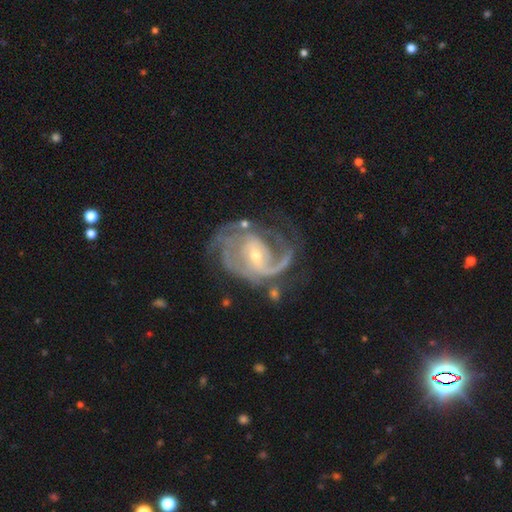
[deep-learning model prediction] featured or disk 90%, star or artifact 5%, smooth 5%. Down the decision tree: edge-on disk — no (98%); bar — weak (47%); spiral arms — yes (97%); spiral arm count — 2 (42%); spiral winding — medium (46%); bulge size — small (67%); merging — none (48%).